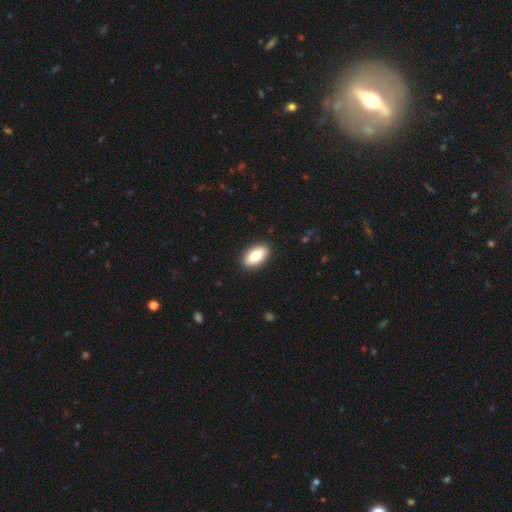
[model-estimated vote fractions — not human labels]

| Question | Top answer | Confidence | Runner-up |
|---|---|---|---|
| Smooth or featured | smooth | 81% | featured or disk (13%) |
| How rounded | in between | 92% | round (4%) |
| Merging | none | 90% | minor disturbance (7%) |